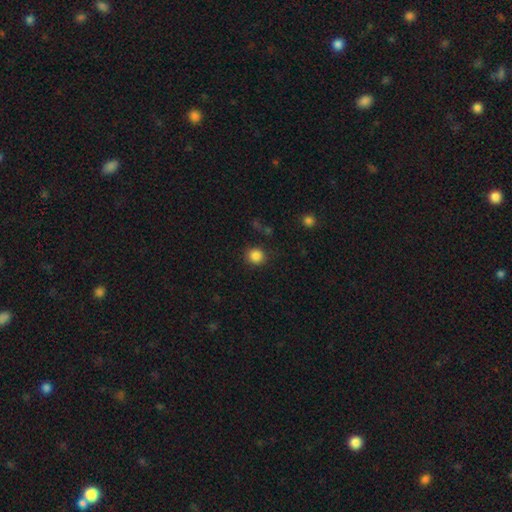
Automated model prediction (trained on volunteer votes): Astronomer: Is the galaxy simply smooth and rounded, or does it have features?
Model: smooth — 85%.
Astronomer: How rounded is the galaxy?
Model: round — 90%.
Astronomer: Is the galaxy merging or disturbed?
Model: none — 85%.